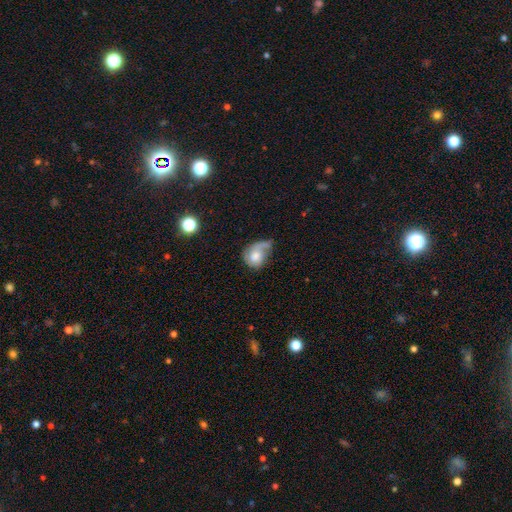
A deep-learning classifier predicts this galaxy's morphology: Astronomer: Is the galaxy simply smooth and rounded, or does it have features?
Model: featured or disk — 46%, tied with smooth at 46%.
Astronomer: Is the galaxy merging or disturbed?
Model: major disturbance — 35% (runner-up: minor disturbance, 30%).